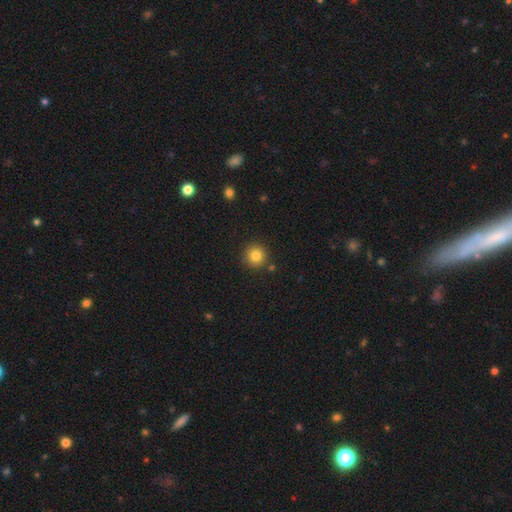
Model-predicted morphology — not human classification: Smooth or featured? Predicted: smooth (p=0.83). How rounded? Predicted: round (p=0.94). Merging? Predicted: none (p=0.88).